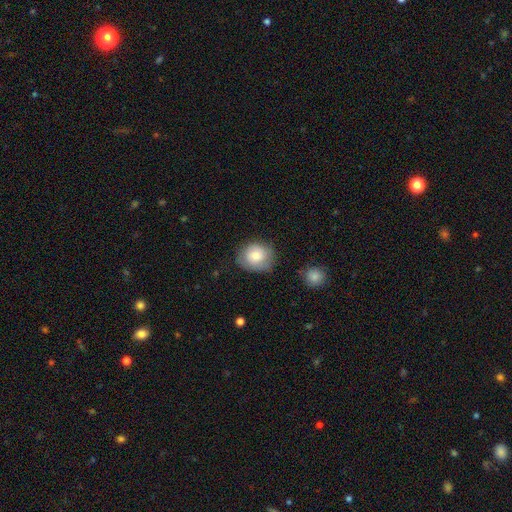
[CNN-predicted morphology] Smooth or featured: smooth — 77% (featured or disk — 16%)
How rounded: round — 64% (in between — 35%)
Merging: none — 71% (minor disturbance — 22%)